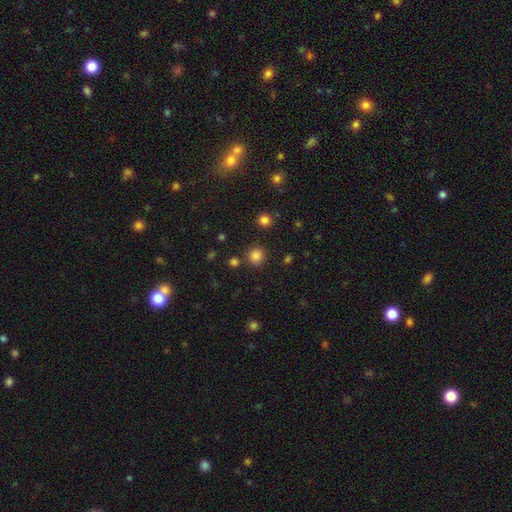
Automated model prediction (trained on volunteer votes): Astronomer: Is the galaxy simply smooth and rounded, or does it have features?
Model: smooth — 83%.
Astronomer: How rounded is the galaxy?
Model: round — 87%.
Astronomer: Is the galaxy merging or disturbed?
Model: none — 85%.